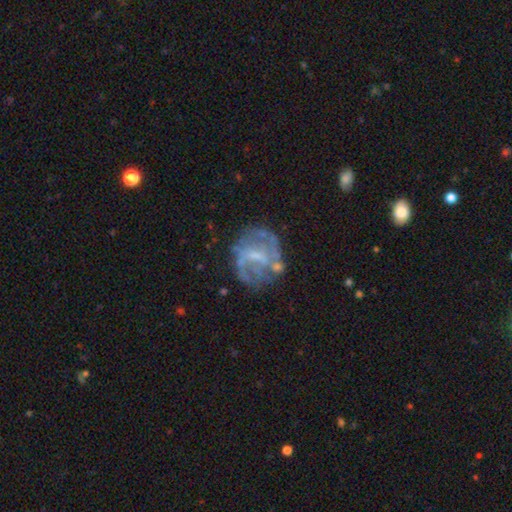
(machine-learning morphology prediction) This appears to be a featured or disk galaxy (75%) with a weak bar (51%), 2 (42%) medium (42%) spiral arms (70%) and a small central bulge (47%). Merging: none (61%).